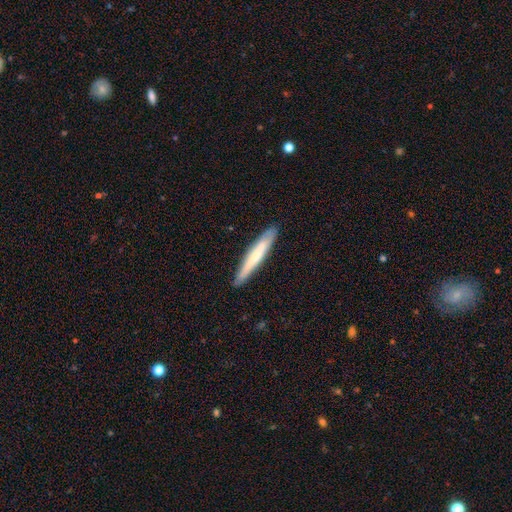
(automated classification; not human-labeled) A smooth galaxy with no disk features (63%) that is cigar-shaped (95%). Merging: none (89%).